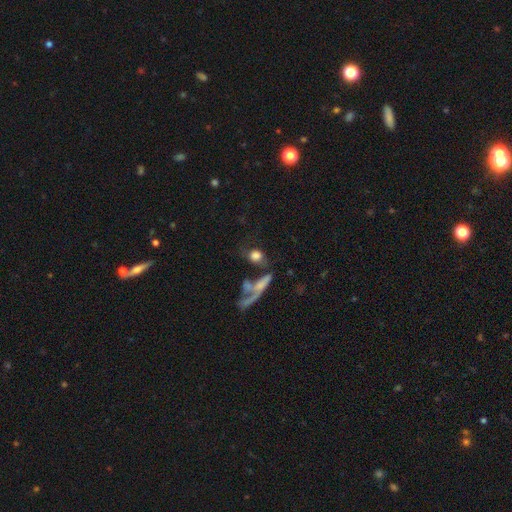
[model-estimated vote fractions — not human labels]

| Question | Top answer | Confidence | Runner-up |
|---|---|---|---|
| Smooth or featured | smooth | 68% | featured or disk (21%) |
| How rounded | round | 49% | in between (43%) |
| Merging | none | 36% | merger (31%) |